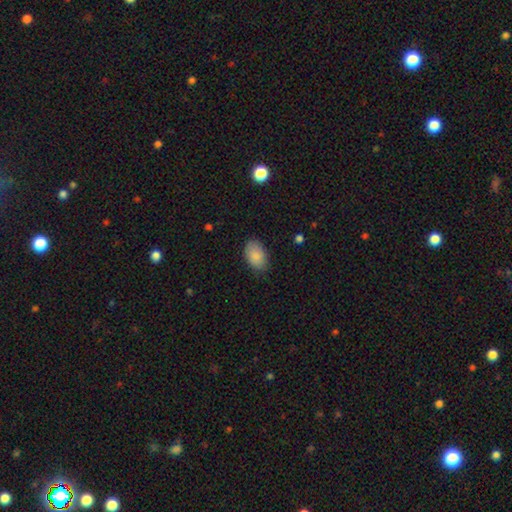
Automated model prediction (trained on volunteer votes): This appears to be a smooth galaxy with no disk features (88%) that is in between round and cigar-shaped (90%). Merging: none (81%).